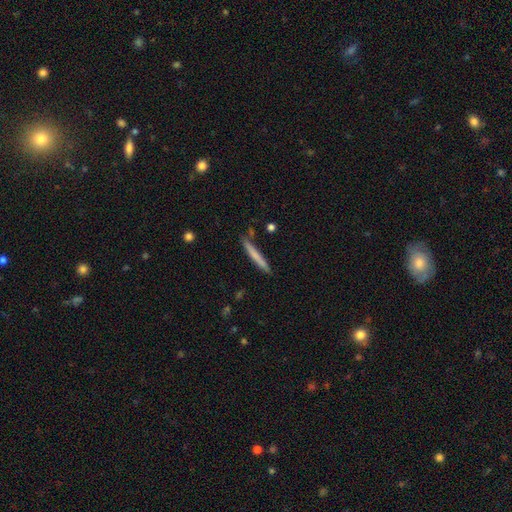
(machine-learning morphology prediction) smooth_or_featured: smooth (p=0.69) [alt: featured or disk p=0.26]
how_rounded: cigar-shaped (p=0.96) [alt: in between p=0.03]
merging: none (p=0.87) [alt: minor disturbance p=0.09]